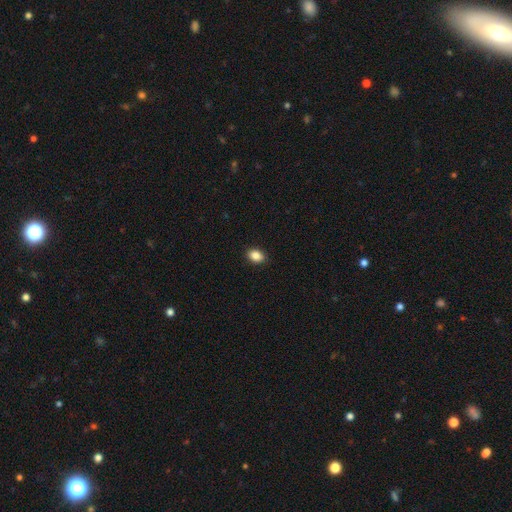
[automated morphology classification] Smooth or featured?
  - smooth: 87% *
  - star or artifact: 9%
  - featured or disk: 4%
How rounded?
  - in between: 73% *
  - round: 26%
  - cigar-shaped: 1%
Merging?
  - none: 90% *
  - minor disturbance: 8%
  - major disturbance: 2%
  - merger: 1%